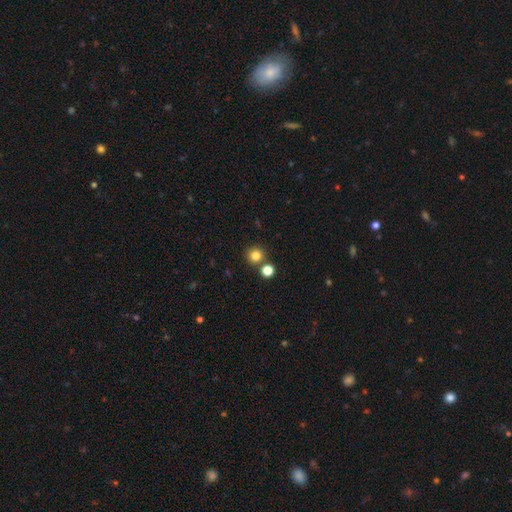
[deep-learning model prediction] A smooth galaxy with no disk features (81%) that is round (93%).

Vote fractions:
- Smooth or featured? smooth: 81% / star or artifact: 14% / featured or disk: 5%
- How rounded? round: 93% / in between: 6% / cigar-shaped: 1%
- Merging? none: 77% / merger: 14% / minor disturbance: 7% / major disturbance: 2%